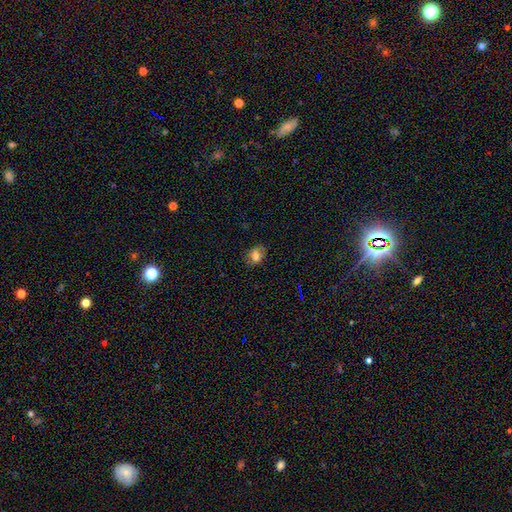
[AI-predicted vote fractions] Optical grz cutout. It shows a smooth galaxy with no disk features (68%) that is in between round and cigar-shaped (72%). Merging: none (78%).